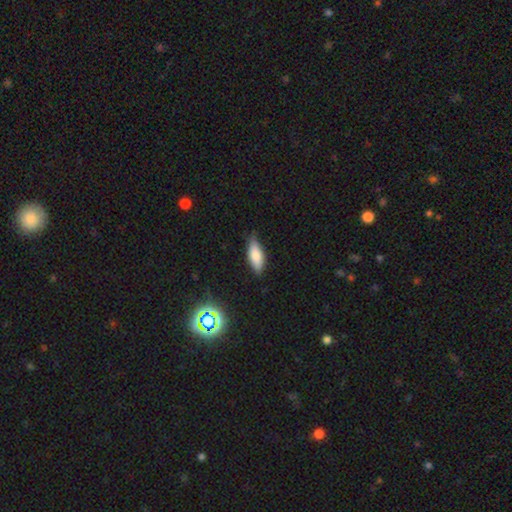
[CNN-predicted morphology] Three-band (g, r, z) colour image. It shows a smooth galaxy with no disk features (78%) that is in between round and cigar-shaped (74%). Merging: none (75%).